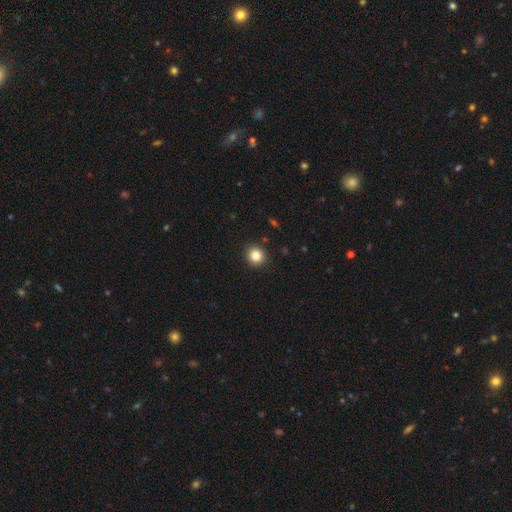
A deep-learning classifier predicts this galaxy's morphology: smooth_or_featured: smooth (p=0.85) [alt: star or artifact p=0.10]
how_rounded: round (p=0.90) [alt: in between p=0.09]
merging: none (p=0.91) [alt: minor disturbance p=0.06]